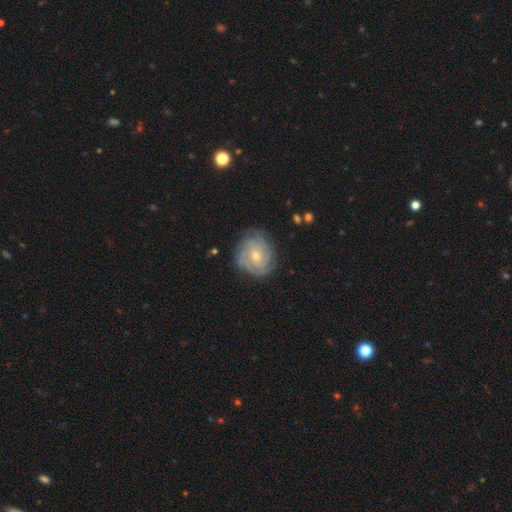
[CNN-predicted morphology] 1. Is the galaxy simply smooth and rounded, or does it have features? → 78% featured or disk, 16% smooth, 6% star or artifact.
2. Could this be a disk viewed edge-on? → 98% no, 2% yes.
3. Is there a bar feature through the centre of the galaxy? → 60% no, 35% weak, 6% strong.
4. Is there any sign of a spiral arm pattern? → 94% yes, 6% no.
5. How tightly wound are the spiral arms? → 73% tight, 22% medium, 5% loose.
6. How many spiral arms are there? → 37% can't tell, 20% 3, 18% 4, 13% 2, 6% more than 4, 6% 1.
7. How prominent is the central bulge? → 57% small, 40% moderate, 1% large, 1% none, 1% dominant.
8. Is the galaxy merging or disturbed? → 78% none, 16% minor disturbance, 5% major disturbance, 1% merger.